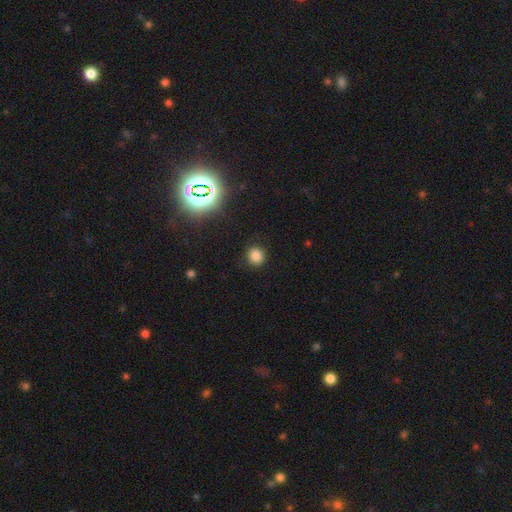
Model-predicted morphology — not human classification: smooth 81%, star or artifact 15%, featured or disk 4%. Down the decision tree: how rounded — round (88%); merging — none (89%).